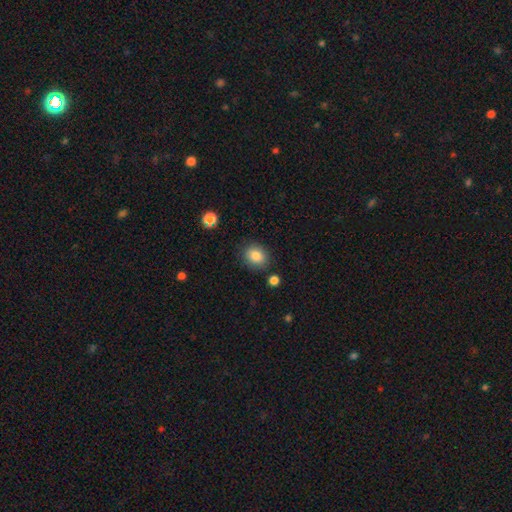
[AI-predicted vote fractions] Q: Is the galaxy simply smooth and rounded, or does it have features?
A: smooth — 85%.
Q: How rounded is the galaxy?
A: round — 61%.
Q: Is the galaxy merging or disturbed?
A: none — 84%.